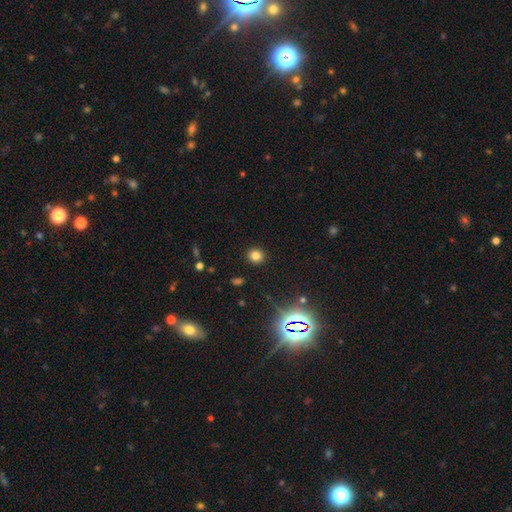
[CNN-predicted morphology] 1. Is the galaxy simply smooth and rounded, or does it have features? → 78% smooth, 16% star or artifact, 6% featured or disk.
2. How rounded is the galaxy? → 82% round, 17% in between, 1% cigar-shaped.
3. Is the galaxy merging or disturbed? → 90% none, 6% minor disturbance, 2% major disturbance, 1% merger.